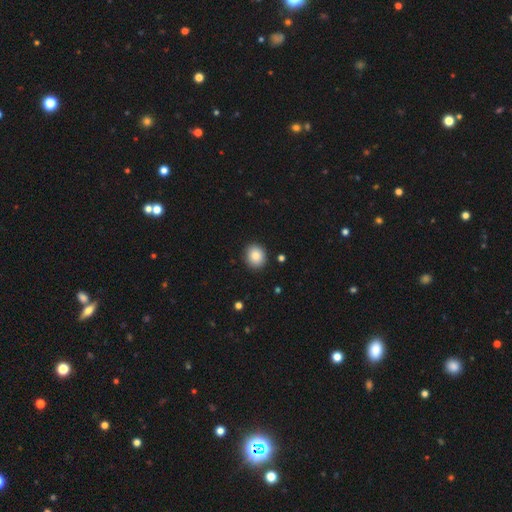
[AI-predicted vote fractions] This is clearly a smooth galaxy (85%). How rounded: likely round (79%). Merging: clearly none (90%).